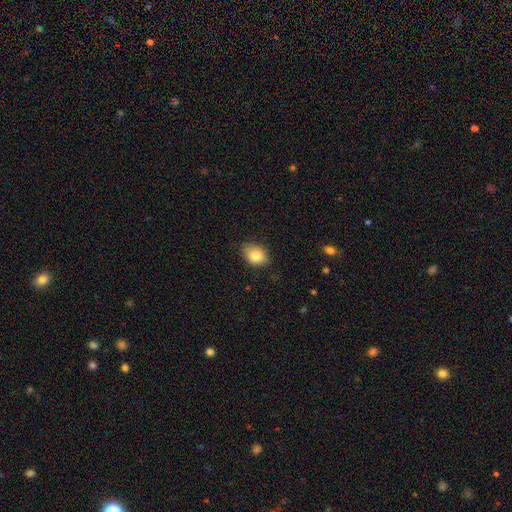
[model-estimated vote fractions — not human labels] Smooth or featured? smooth (82%)
How rounded? in between (76%)
Merging? none (78%)